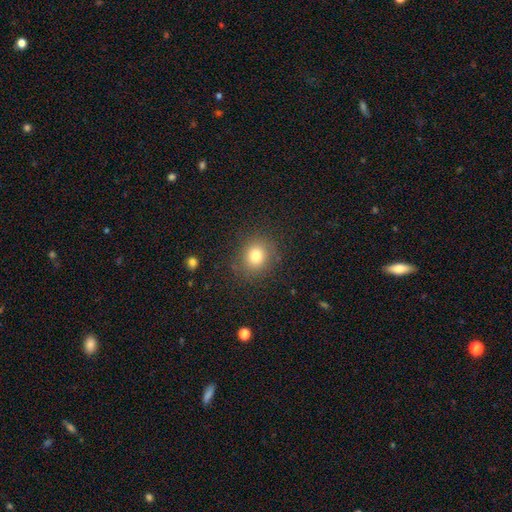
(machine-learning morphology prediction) A smooth galaxy with no disk features (80%) that is round (73%). Merging: none (83%).